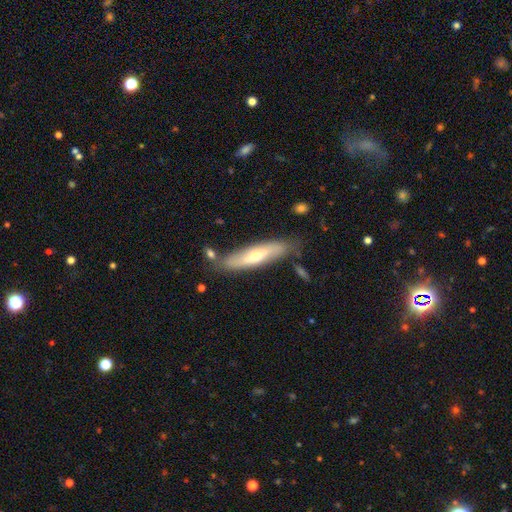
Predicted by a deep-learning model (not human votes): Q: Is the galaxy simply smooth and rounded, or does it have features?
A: featured or disk — 50%.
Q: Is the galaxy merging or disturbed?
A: none — 77%.